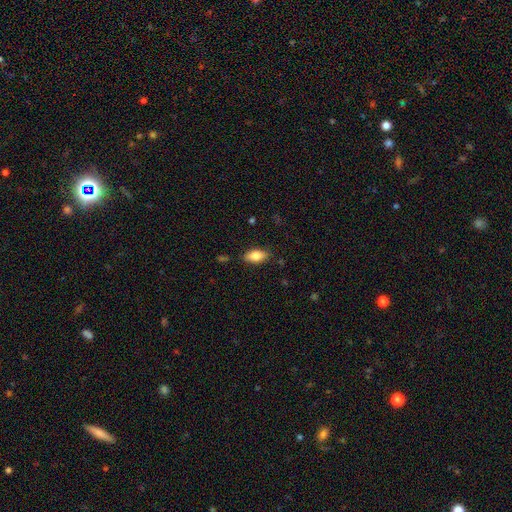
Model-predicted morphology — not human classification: type=smooth (82%); roundness=in between (89%); merging=none (84%).